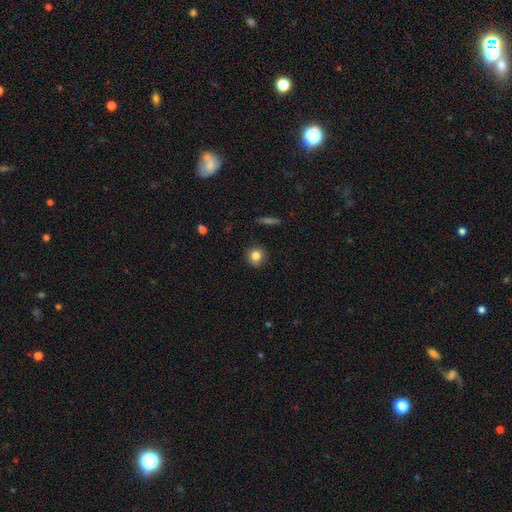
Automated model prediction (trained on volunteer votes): Smooth or featured? smooth (81%)
How rounded? round (92%)
Merging? none (90%)